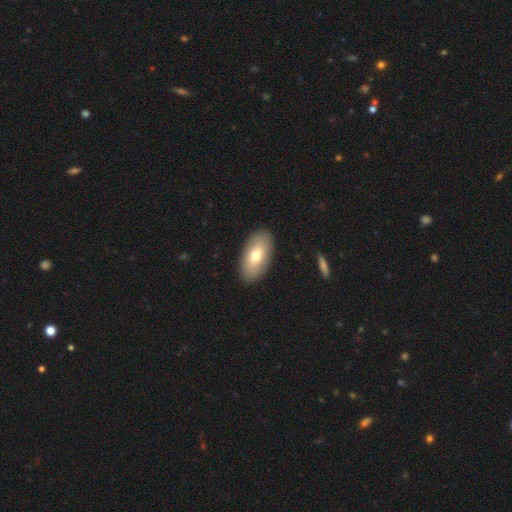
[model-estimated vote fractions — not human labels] Smooth or featured?
  - smooth: 72% *
  - featured or disk: 21%
  - star or artifact: 6%
How rounded?
  - in between: 94% *
  - cigar-shaped: 3%
  - round: 3%
Merging?
  - none: 90% *
  - minor disturbance: 7%
  - major disturbance: 2%
  - merger: 1%